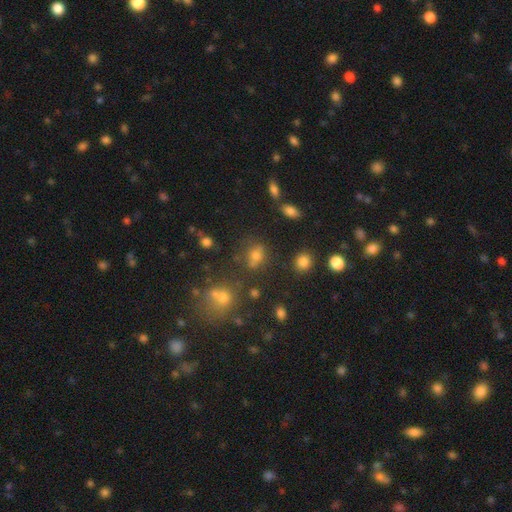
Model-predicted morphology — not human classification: Smooth or featured: smooth — 63% (star or artifact — 25%)
How rounded: round — 56% (in between — 42%)
Merging: none — 59% (merger — 18%)